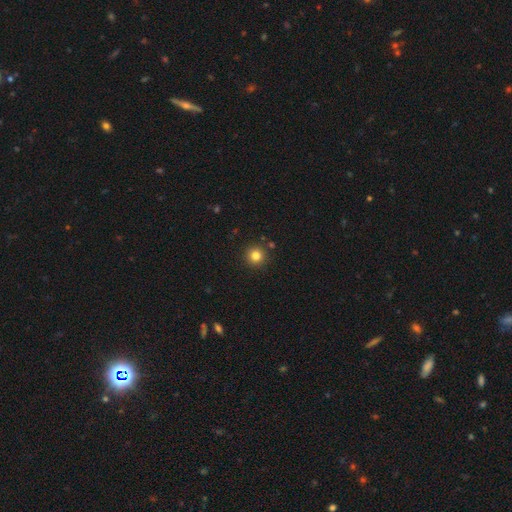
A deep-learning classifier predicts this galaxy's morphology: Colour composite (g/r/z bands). It shows a smooth galaxy with no disk features (82%) that is round (95%). Merging: none (89%).